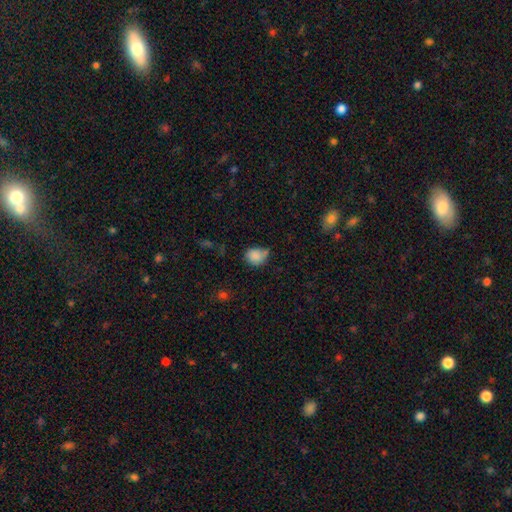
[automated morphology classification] A smooth galaxy with no disk features (84%) that is round (62%).

Vote fractions:
- Smooth or featured? smooth: 84% / star or artifact: 10% / featured or disk: 6%
- How rounded? round: 62% / in between: 37% / cigar-shaped: 1%
- Merging? none: 49% / minor disturbance: 34% / major disturbance: 9% / merger: 7%